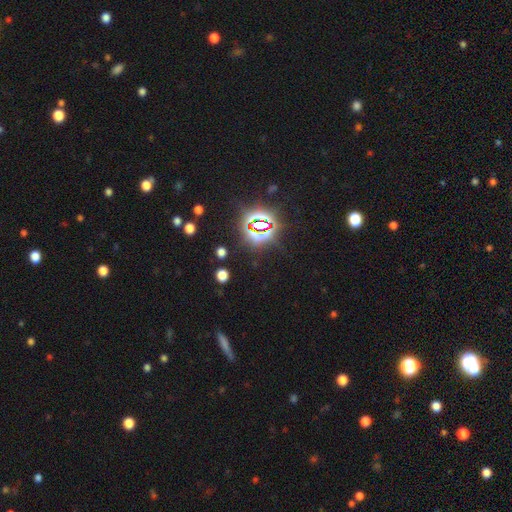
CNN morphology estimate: This is clearly a star or artifact rather than a galaxy (80%).